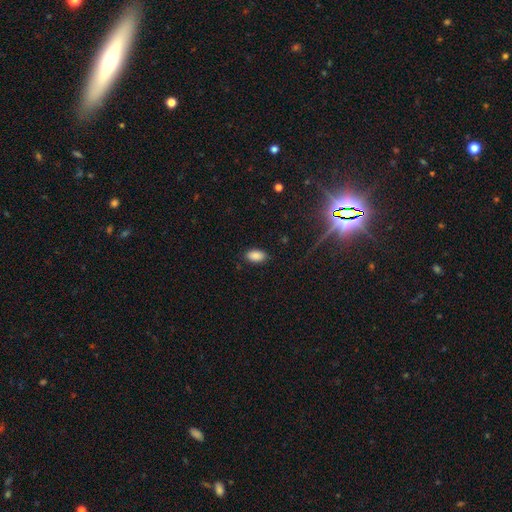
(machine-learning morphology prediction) This is clearly a smooth galaxy (87%). How rounded: clearly in between (94%). Merging: clearly none (86%).